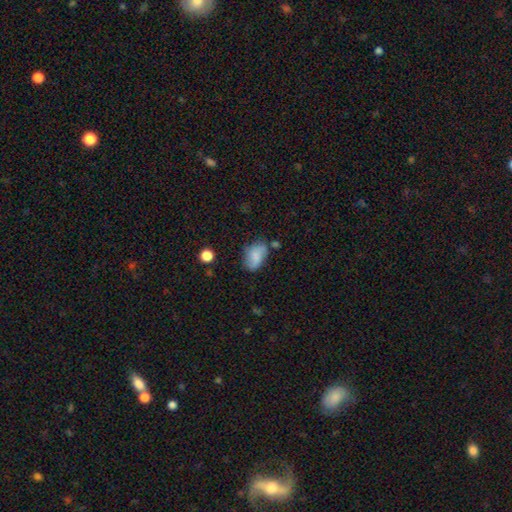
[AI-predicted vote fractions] A smooth galaxy with no disk features (69%) that is in between round and cigar-shaped (86%). Merging: none (56%).